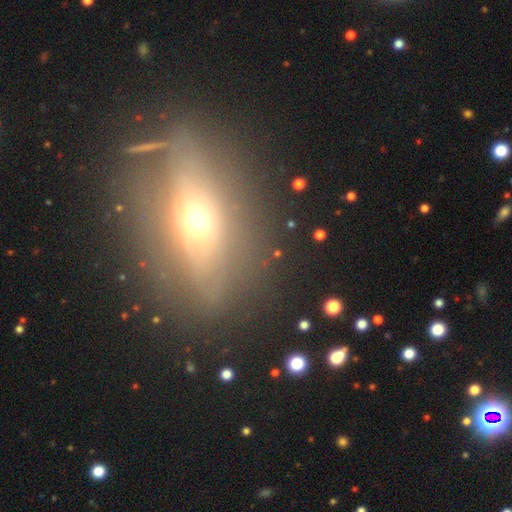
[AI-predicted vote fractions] smooth_or_featured: featured or disk (p=0.46) [alt: smooth p=0.33]
merging: none (p=0.75) [alt: minor disturbance p=0.13]